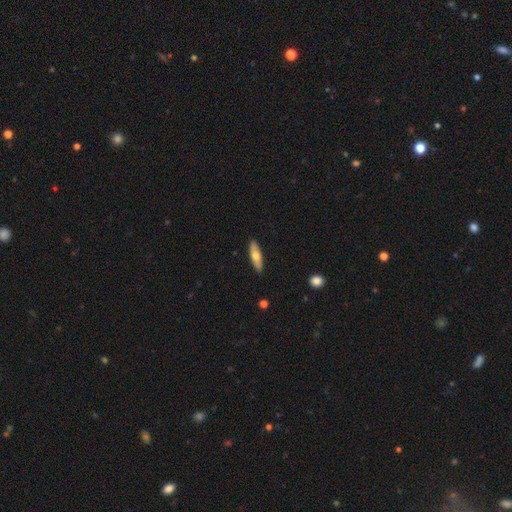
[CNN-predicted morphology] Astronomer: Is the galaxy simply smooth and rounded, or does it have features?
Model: smooth — 62%.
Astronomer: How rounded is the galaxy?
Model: cigar-shaped — 52% (runner-up: in between, 45%).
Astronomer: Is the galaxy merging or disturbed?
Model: none — 90%.